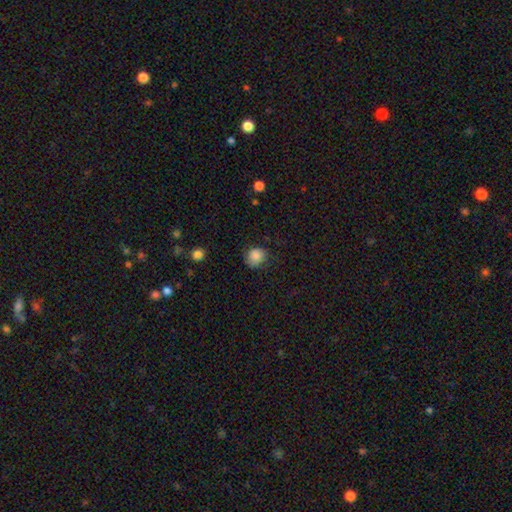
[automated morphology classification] A smooth galaxy with no disk features (85%) that is round (76%).

Vote fractions:
- Smooth or featured? smooth: 85% / star or artifact: 9% / featured or disk: 7%
- How rounded? round: 76% / in between: 23% / cigar-shaped: 1%
- Merging? none: 67% / minor disturbance: 24% / major disturbance: 7% / merger: 1%